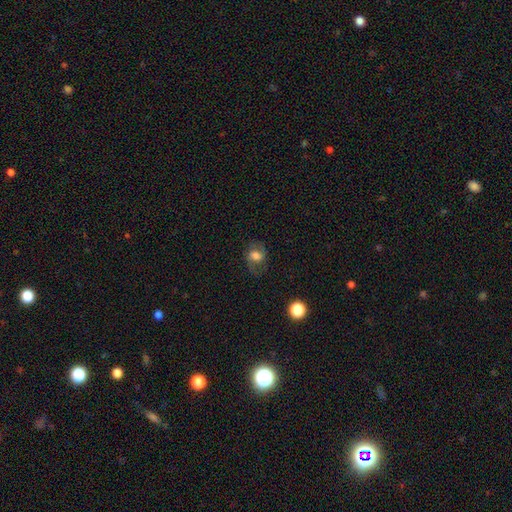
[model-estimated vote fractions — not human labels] A smooth galaxy with no disk features (49%).

Vote fractions:
- Smooth or featured? smooth: 49% / featured or disk: 39% / star or artifact: 12%
- Merging? none: 65% / minor disturbance: 20% / major disturbance: 13% / merger: 2%